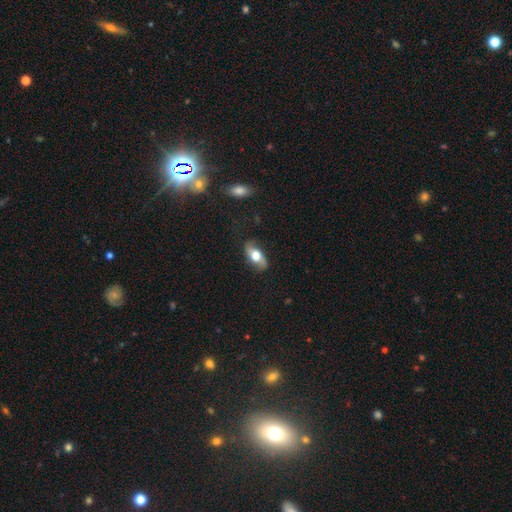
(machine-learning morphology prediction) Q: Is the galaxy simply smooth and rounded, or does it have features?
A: smooth — 53%.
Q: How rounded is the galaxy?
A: in between — 85%.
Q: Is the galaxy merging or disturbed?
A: none — 77%.